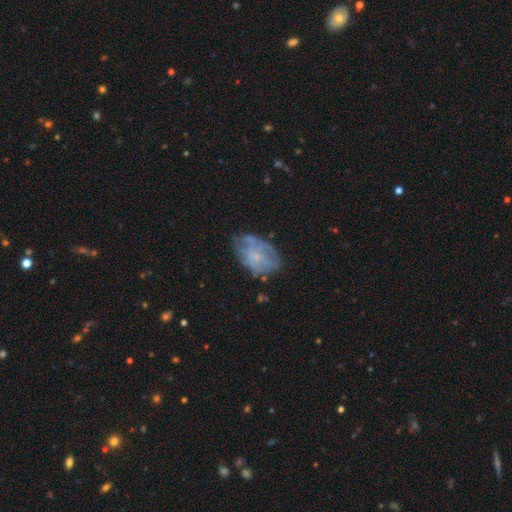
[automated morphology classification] Smooth or featured? Predicted: featured or disk (p=0.57). Edge-on disk? Predicted: no (p=0.97). Bar? Predicted: no (p=0.80). Spiral arms? Predicted: no (p=0.53). Bulge size? Predicted: small (p=0.65). Merging? Predicted: none (p=0.50).